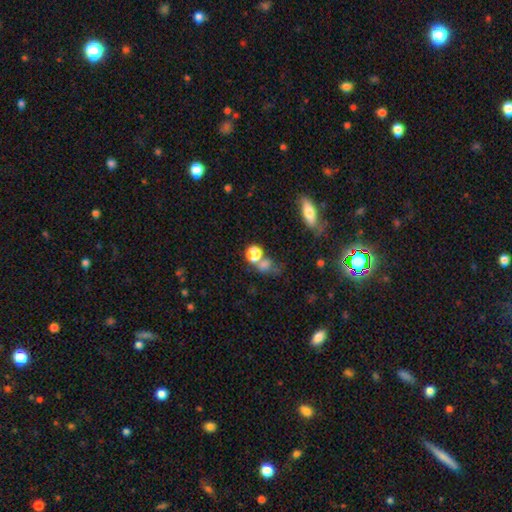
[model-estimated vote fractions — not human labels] Morphology: type=smooth (54%); roundness=round (68%); merging=none (58%).